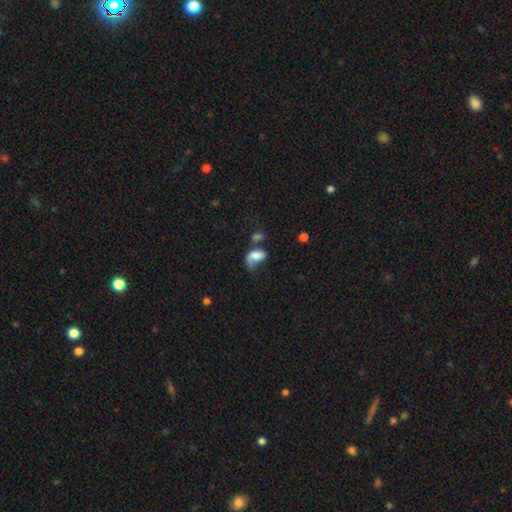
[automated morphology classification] smooth-or-featured: smooth: 67% | featured or disk: 23% | star or artifact: 10%
  how-rounded: in between: 87% | round: 11% | cigar-shaped: 2%
  merging: major disturbance: 36% | minor disturbance: 24% | none: 23% | merger: 17%